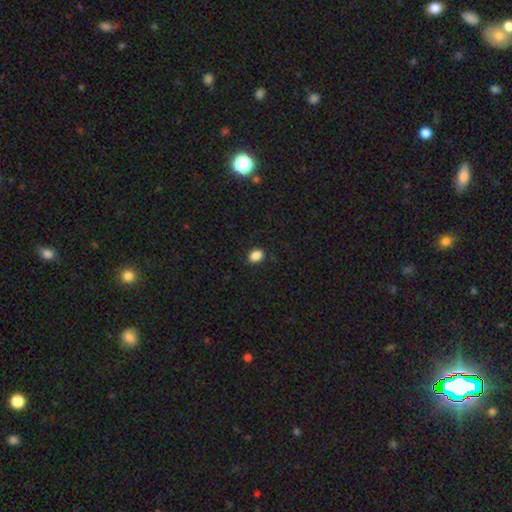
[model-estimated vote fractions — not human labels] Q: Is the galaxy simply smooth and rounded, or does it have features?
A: smooth — 88%.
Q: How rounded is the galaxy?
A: in between — 70%.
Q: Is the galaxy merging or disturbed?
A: none — 89%.